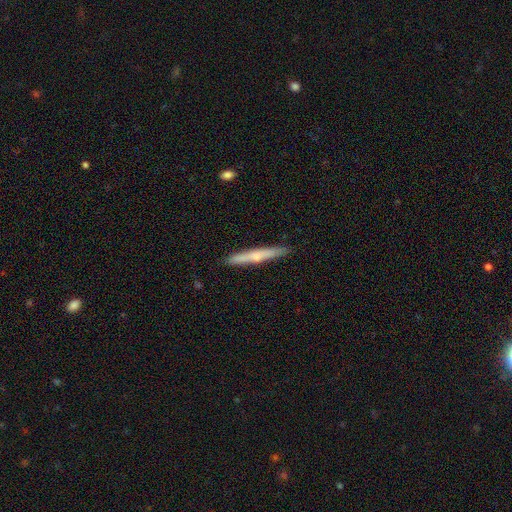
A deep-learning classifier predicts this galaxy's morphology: A smooth galaxy with no disk features (48%). Merging: none (90%).